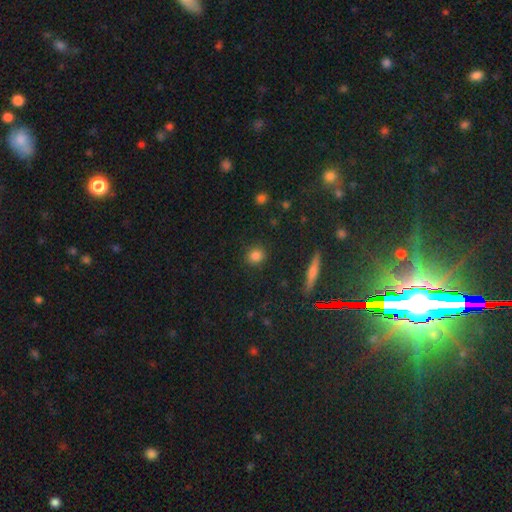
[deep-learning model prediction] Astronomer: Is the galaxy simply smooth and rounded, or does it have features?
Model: smooth — 83%.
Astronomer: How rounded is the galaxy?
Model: round — 81%.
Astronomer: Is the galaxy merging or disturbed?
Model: none — 88%.